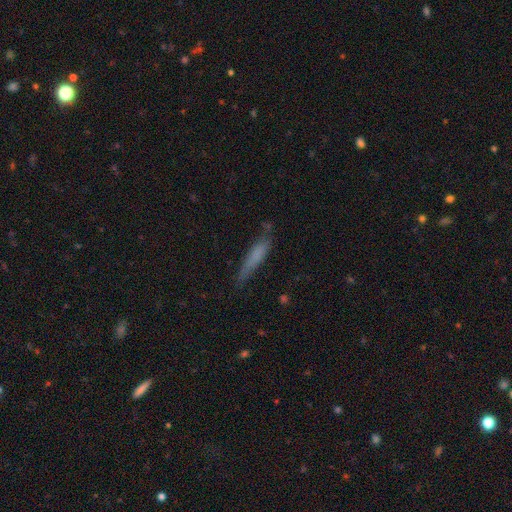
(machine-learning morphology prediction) Smooth or featured: smooth — 68% (featured or disk — 24%)
How rounded: cigar-shaped — 88% (in between — 11%)
Merging: none — 67% (minor disturbance — 23%)